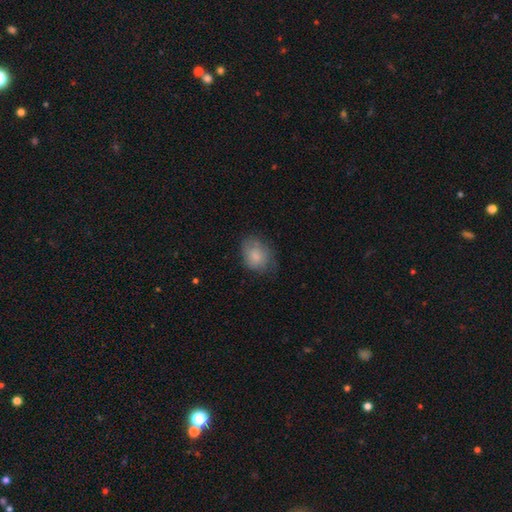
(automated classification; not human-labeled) This is likely a smooth galaxy (78%). How rounded: likely in between (63%). Merging: likely none (63%).